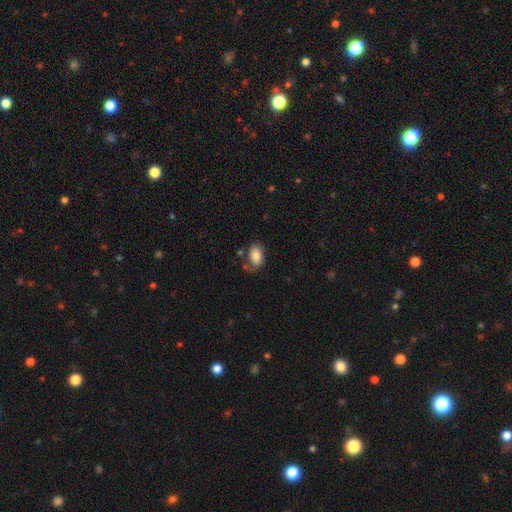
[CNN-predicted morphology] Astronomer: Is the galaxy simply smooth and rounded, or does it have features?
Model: smooth — 79%.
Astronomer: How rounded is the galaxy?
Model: in between — 91%.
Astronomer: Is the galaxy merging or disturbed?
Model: none — 59%.